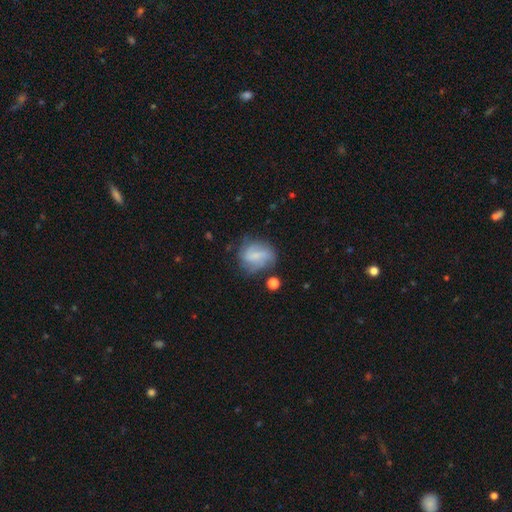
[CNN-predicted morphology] smooth-or-featured: featured or disk: 46% | smooth: 45% | star or artifact: 9%
  merging: none: 56% | minor disturbance: 25% | major disturbance: 14% | merger: 5%